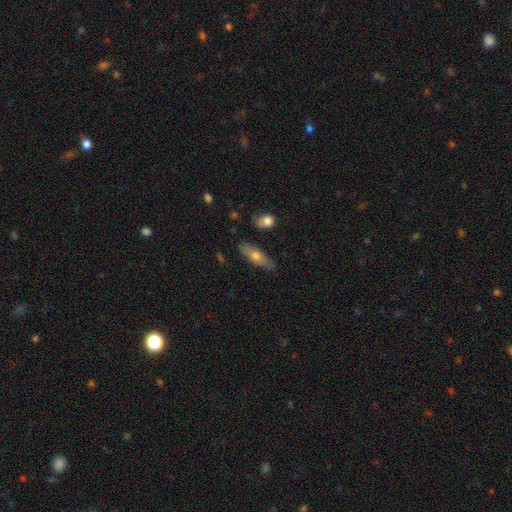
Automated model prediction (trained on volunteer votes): smooth-or-featured: smooth: 59% | featured or disk: 35% | star or artifact: 7%
  how-rounded: cigar-shaped: 49% | in between: 47% | round: 3%
  merging: none: 82% | minor disturbance: 13% | merger: 3% | major disturbance: 3%